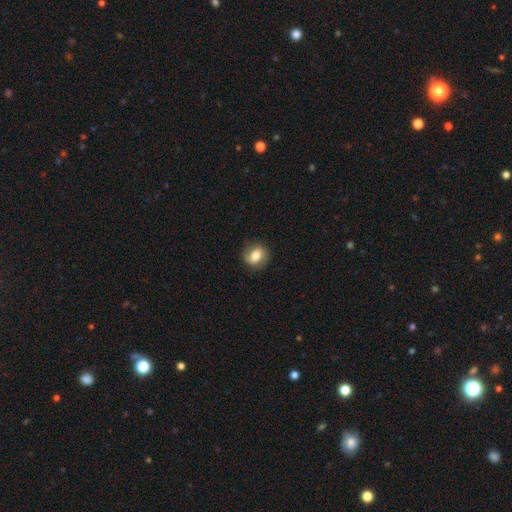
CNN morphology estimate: Smooth or featured? Predicted: smooth (p=0.70). How rounded? Predicted: round (p=0.57). Merging? Predicted: none (p=0.82).